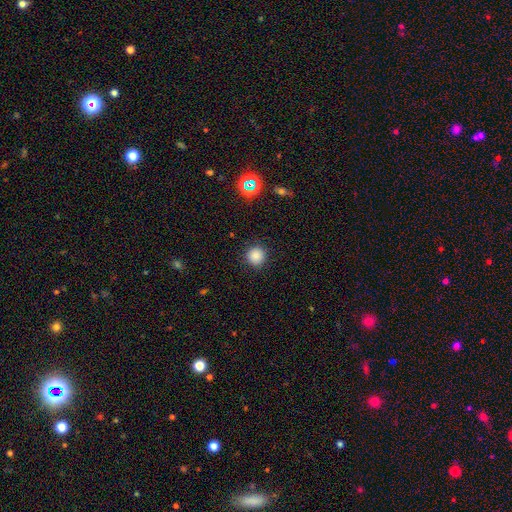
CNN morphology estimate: Smooth or featured? Predicted: smooth (p=0.84). How rounded? Predicted: round (p=0.94). Merging? Predicted: none (p=0.90).